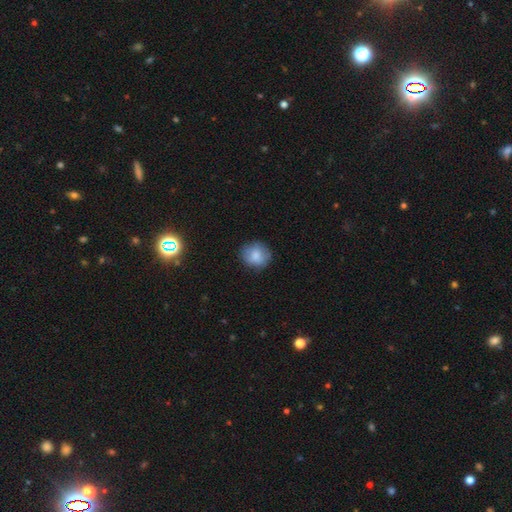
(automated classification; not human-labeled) Smooth or featured?
  - smooth: 80% *
  - featured or disk: 12%
  - star or artifact: 8%
How rounded?
  - round: 80% *
  - in between: 19%
  - cigar-shaped: 1%
Merging?
  - none: 80% *
  - minor disturbance: 15%
  - major disturbance: 4%
  - merger: 1%